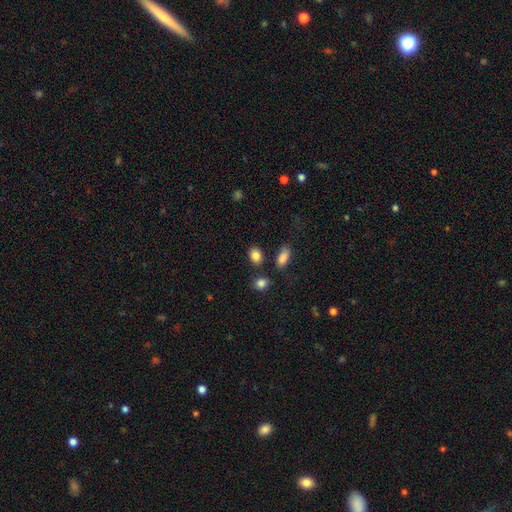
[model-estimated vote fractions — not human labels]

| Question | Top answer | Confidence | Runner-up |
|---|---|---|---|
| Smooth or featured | smooth | 85% | star or artifact (9%) |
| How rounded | in between | 71% | round (28%) |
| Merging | none | 78% | minor disturbance (11%) |